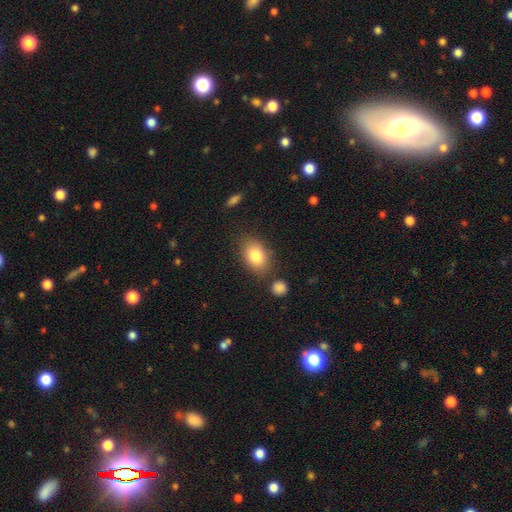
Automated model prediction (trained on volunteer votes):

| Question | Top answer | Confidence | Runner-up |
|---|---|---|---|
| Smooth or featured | smooth | 81% | featured or disk (11%) |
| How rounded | in between | 80% | round (19%) |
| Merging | none | 77% | minor disturbance (13%) |